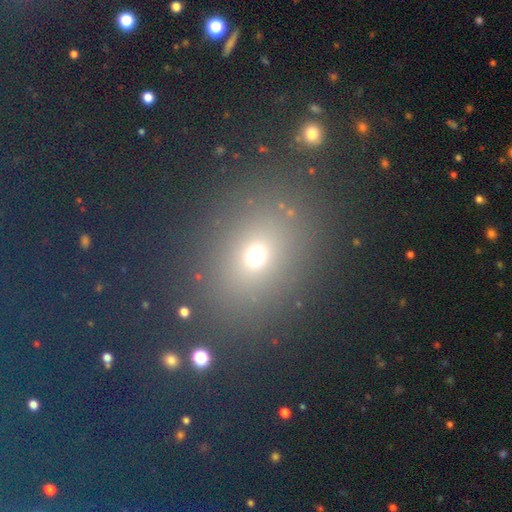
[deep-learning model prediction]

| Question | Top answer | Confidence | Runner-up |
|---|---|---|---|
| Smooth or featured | smooth | 63% | star or artifact (27%) |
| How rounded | round | 53% | in between (45%) |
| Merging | none | 84% | minor disturbance (8%) |